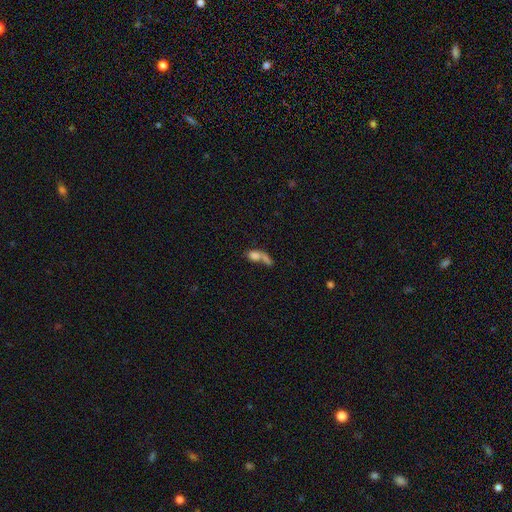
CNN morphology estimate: Q: Smooth or featured?
A: smooth (70%); runner-up: featured or disk (19%)
Q: How rounded?
A: in between (67%); runner-up: round (21%)
Q: Merging?
A: merger (58%); runner-up: none (19%)